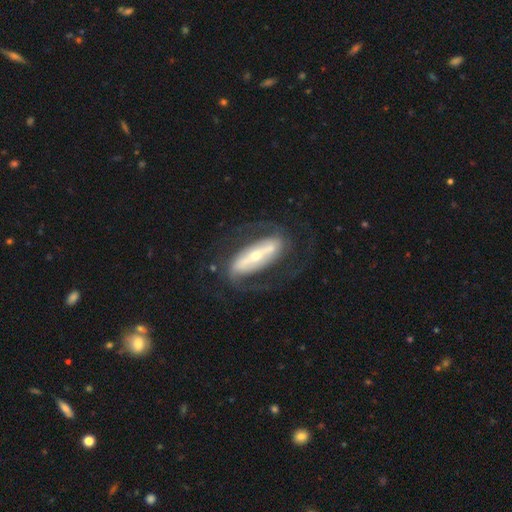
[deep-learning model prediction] Overall: featured or disk (84%). Edge-on disk: no (84%). Bar: strong (75%). Spiral arms: yes (87%). Spiral arm count: 2 (87%). Spiral winding: medium (44%; tight 28%). Bulge size: small (58%; moderate 35%). Merging: none (71%).